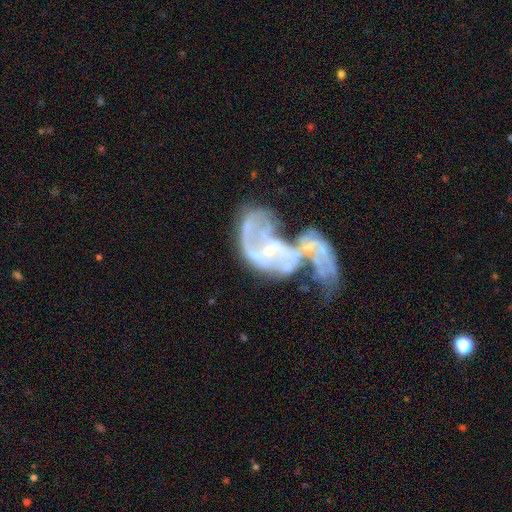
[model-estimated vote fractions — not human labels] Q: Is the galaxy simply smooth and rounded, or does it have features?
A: featured or disk — 75%.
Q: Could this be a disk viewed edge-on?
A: no — 97%.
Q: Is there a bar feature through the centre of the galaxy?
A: no — 67%.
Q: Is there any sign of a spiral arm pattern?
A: yes — 61%.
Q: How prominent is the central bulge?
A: small — 53%.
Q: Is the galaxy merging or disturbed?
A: merger — 66%.